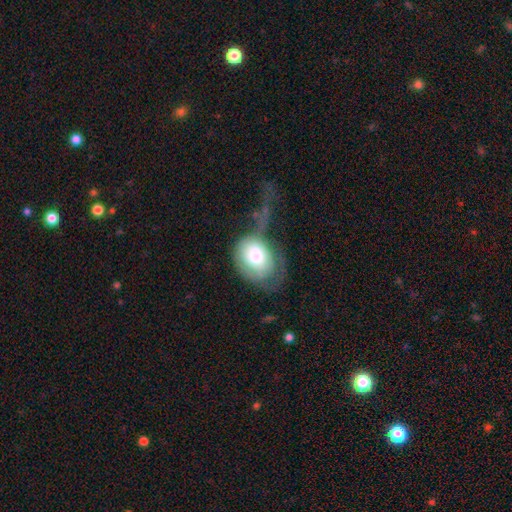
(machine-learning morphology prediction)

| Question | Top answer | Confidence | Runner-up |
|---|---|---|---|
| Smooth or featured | smooth | 63% | featured or disk (30%) |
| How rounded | in between | 59% | round (40%) |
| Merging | major disturbance | 51% | minor disturbance (22%) |